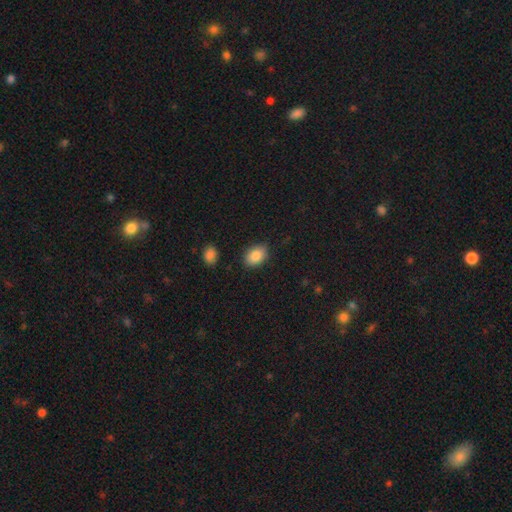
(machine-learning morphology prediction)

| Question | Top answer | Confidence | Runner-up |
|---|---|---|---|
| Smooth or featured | smooth | 86% | star or artifact (8%) |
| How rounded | in between | 77% | round (22%) |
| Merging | none | 82% | minor disturbance (13%) |